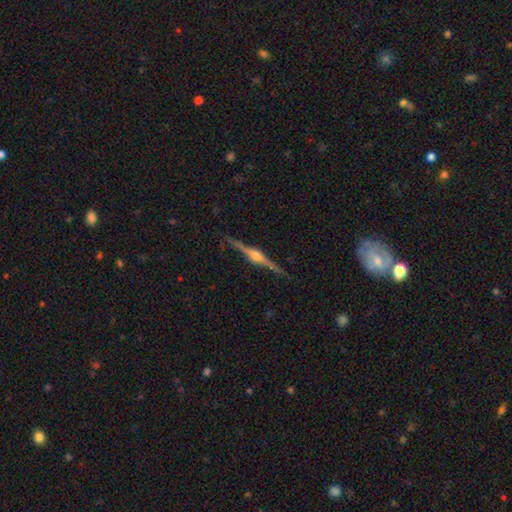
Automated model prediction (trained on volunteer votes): This is clearly a featured or disk galaxy (89%). It is clearly viewed edge-on (99%). Edge-on bulge: clearly rounded (94%). Merging: clearly none (90%).